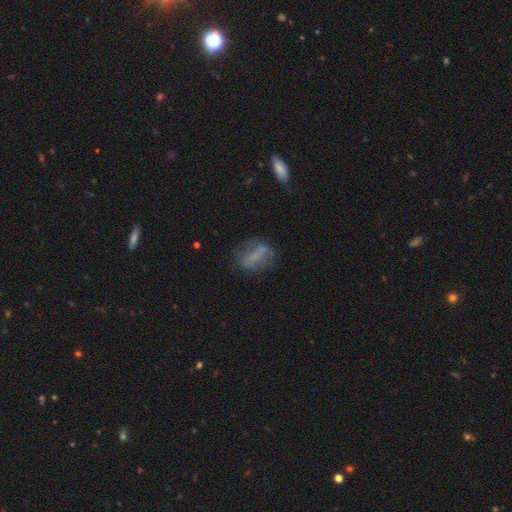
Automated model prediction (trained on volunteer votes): A smooth galaxy with no disk features (48%). Merging: none (55%).